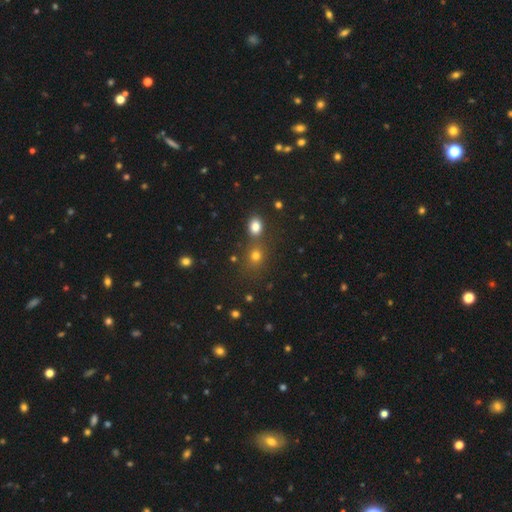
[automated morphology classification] This is likely a smooth galaxy (72%). How rounded: likely round (71%). Merging: possibly none (59%).